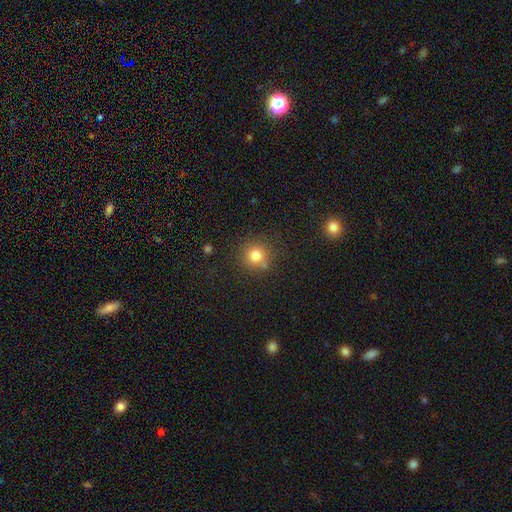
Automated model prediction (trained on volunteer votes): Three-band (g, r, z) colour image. It shows a smooth galaxy with no disk features (79%) that is round (92%). Merging: none (79%).